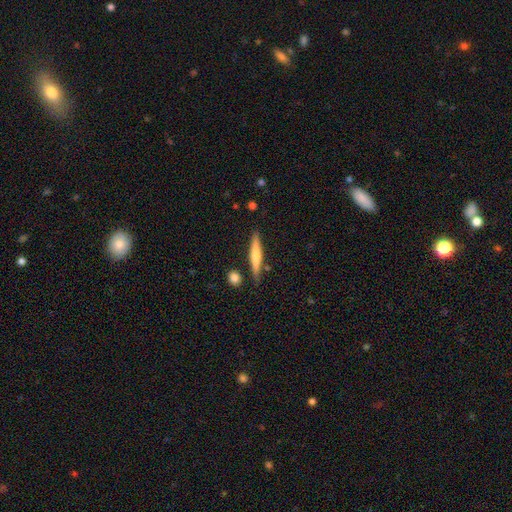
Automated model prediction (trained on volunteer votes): Smooth or featured? Predicted: smooth (p=0.51). How rounded? Predicted: cigar-shaped (p=0.91). Merging? Predicted: none (p=0.83).